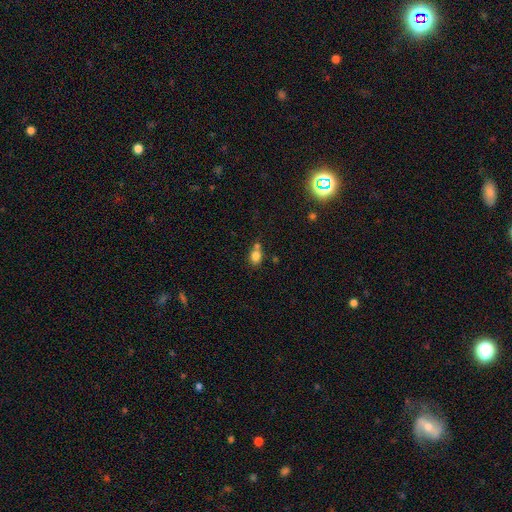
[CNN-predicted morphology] Q: Smooth or featured?
A: smooth (80%); runner-up: star or artifact (12%)
Q: How rounded?
A: in between (56%); runner-up: round (43%)
Q: Merging?
A: none (48%); runner-up: merger (33%)